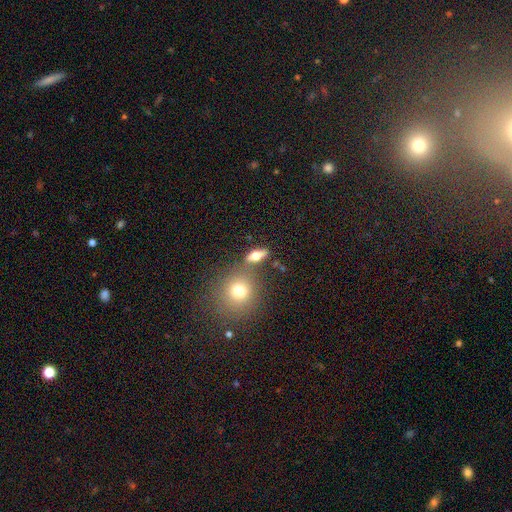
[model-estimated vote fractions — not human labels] This is possibly a smooth galaxy (60%). How rounded: possibly in between (57%). Merging: likely none (66%).